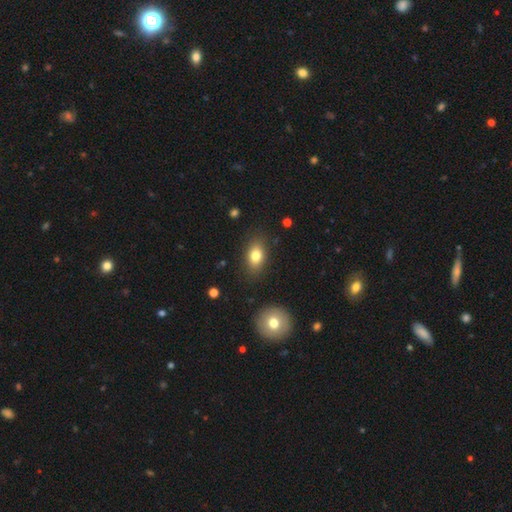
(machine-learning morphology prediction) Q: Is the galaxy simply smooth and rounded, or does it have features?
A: smooth — 79%.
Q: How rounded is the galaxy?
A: in between — 82%.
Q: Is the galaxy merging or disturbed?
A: none — 84%.